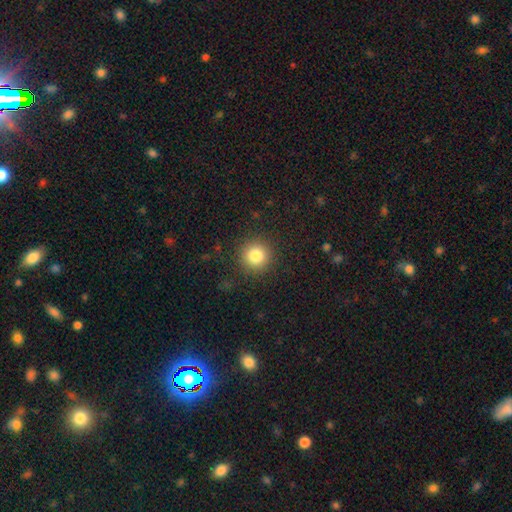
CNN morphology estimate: Smooth or featured? Predicted: smooth (p=0.82). How rounded? Predicted: round (p=0.94). Merging? Predicted: none (p=0.90).